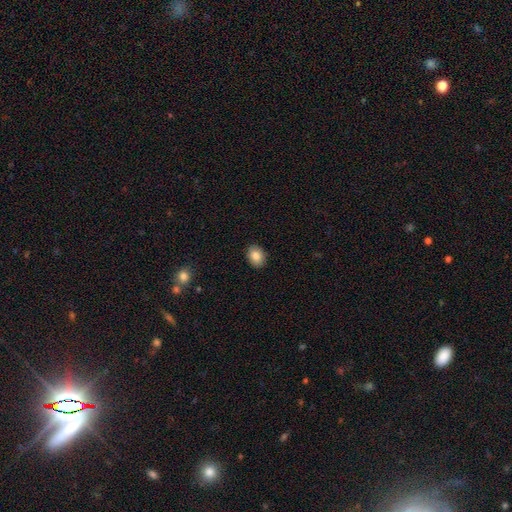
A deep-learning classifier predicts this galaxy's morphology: This appears to be a smooth galaxy with no disk features (85%) that is in between round and cigar-shaped (65%). Merging: none (90%).